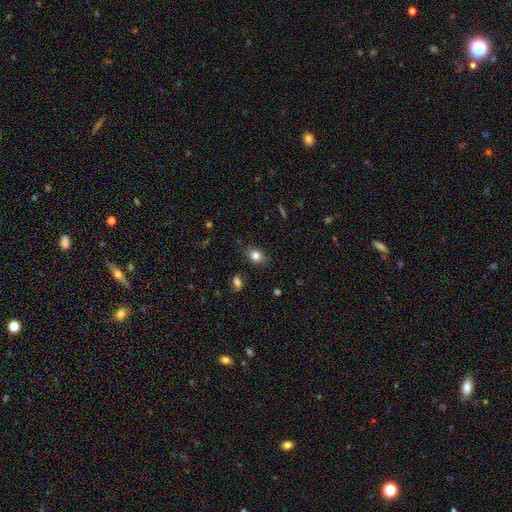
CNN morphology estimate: Smooth or featured? smooth (81%)
How rounded? in between (68%)
Merging? none (83%)